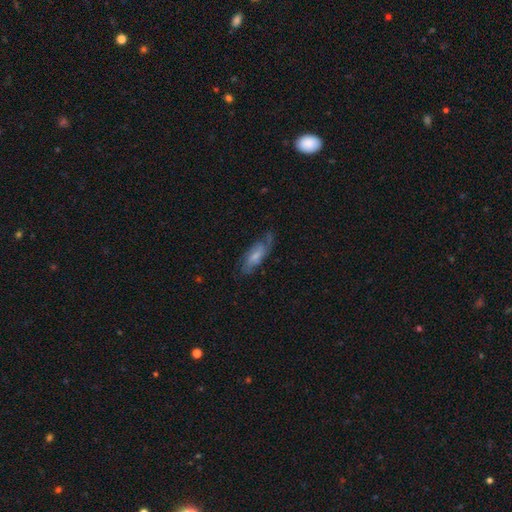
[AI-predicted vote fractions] Q: Smooth or featured?
A: featured or disk (60%); runner-up: smooth (34%)
Q: Edge-on disk?
A: no (86%); runner-up: yes (14%)
Q: Bar?
A: no (55%); runner-up: weak (37%)
Q: Spiral arms?
A: yes (89%); runner-up: no (11%)
Q: Bulge size?
A: small (49%); runner-up: moderate (36%)
Q: Merging?
A: none (65%); runner-up: minor disturbance (23%)